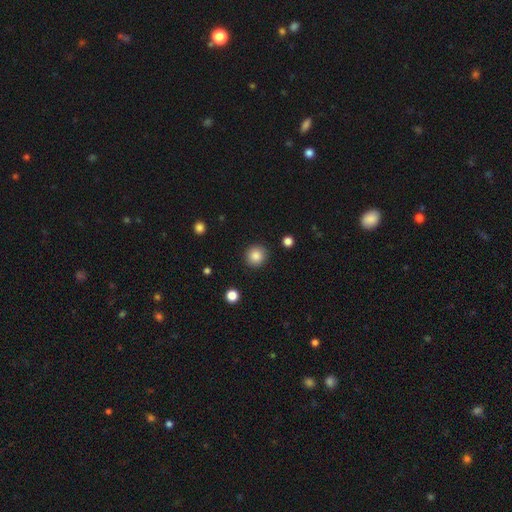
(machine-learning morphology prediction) smooth_or_featured: smooth (p=0.87) [alt: star or artifact p=0.09]
how_rounded: round (p=0.93) [alt: in between p=0.06]
merging: none (p=0.91) [alt: minor disturbance p=0.06]